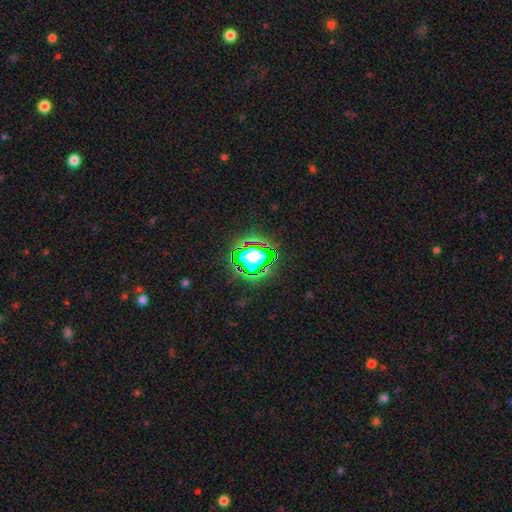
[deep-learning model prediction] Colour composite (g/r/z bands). It shows a star or artifact, not a galaxy (59%).